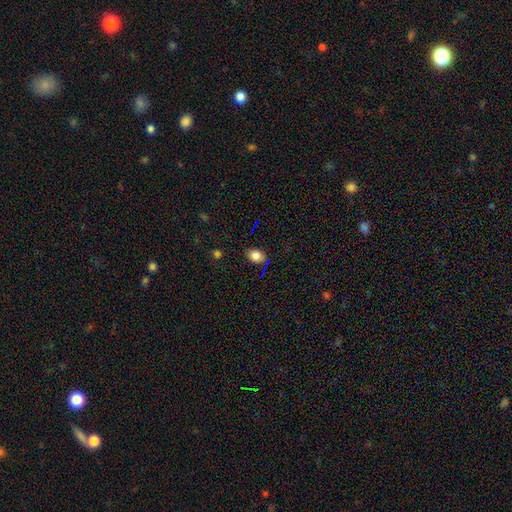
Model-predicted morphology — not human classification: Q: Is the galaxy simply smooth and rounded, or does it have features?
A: smooth — 79%.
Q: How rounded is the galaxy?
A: in between — 68%.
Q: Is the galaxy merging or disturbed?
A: none — 82%.